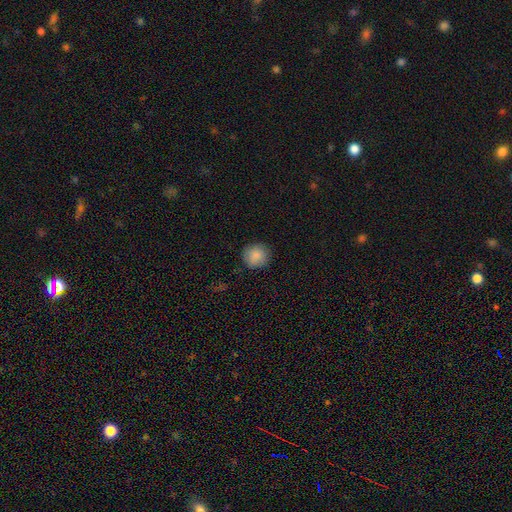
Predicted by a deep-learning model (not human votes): The model was most divided on "merging": none: 87%, minor disturbance: 10%, major disturbance: 2%, merger: 1%. More confident: how rounded — round (92%); smooth or featured — smooth (87%).